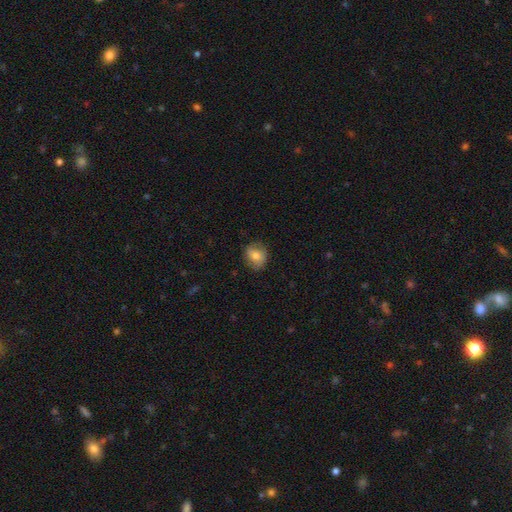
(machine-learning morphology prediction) This is likely a smooth galaxy (73%). How rounded: likely round (64%). Merging: likely none (79%).